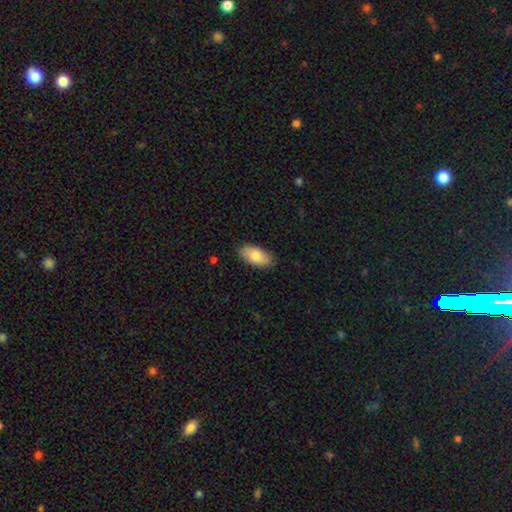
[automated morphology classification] smooth-or-featured: smooth: 82% | featured or disk: 12% | star or artifact: 6%
  how-rounded: in between: 93% | cigar-shaped: 5% | round: 3%
  merging: none: 86% | minor disturbance: 11% | major disturbance: 2% | merger: 1%